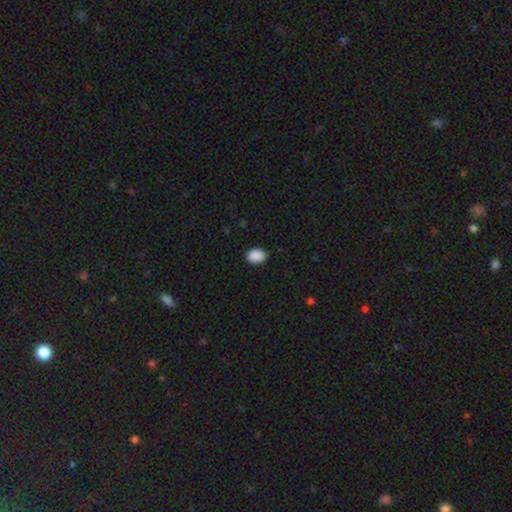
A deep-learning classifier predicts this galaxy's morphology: Q: Smooth or featured?
A: smooth (90%); runner-up: star or artifact (8%)
Q: How rounded?
A: in between (70%); runner-up: round (29%)
Q: Merging?
A: none (88%); runner-up: minor disturbance (9%)